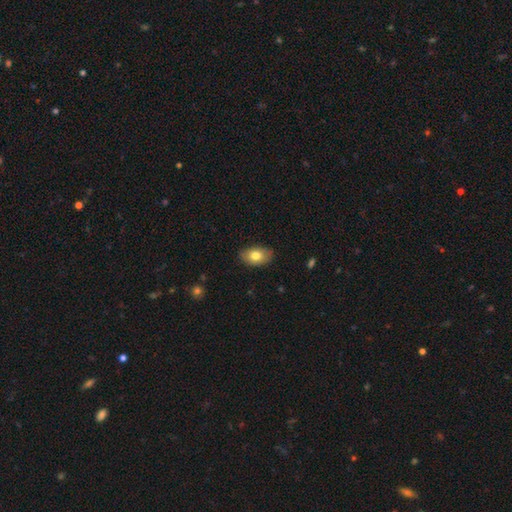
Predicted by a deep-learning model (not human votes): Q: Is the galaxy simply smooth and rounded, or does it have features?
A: smooth — 78%.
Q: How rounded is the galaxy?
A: in between — 91%.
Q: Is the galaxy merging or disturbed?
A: none — 84%.